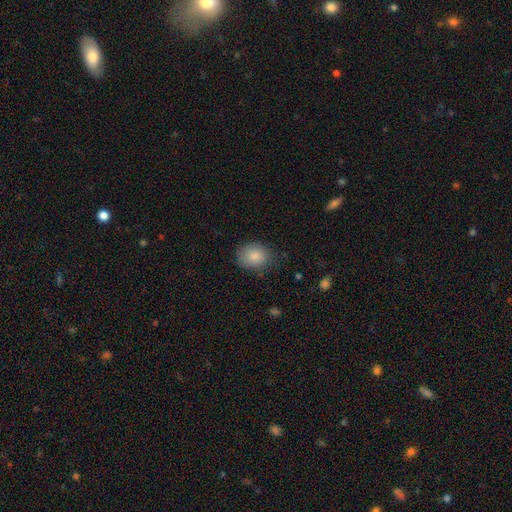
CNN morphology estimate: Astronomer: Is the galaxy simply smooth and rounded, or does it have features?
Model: smooth — 84%.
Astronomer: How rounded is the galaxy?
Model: round — 51% (runner-up: in between, 48%).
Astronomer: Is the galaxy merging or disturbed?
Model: none — 80%.